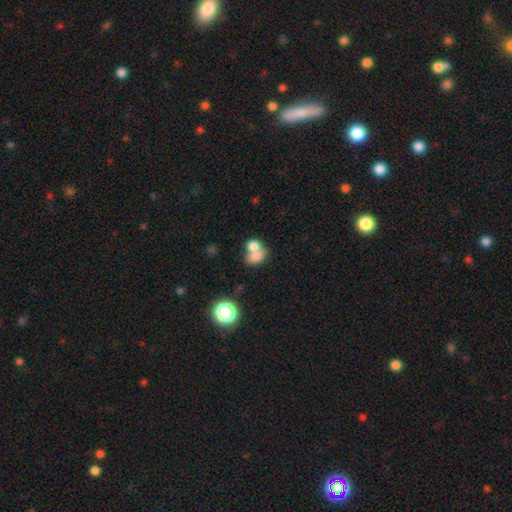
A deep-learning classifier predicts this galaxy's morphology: Smooth or featured: smooth — 74% (featured or disk — 16%)
How rounded: in between — 56% (round — 42%)
Merging: merger — 64% (none — 24%)